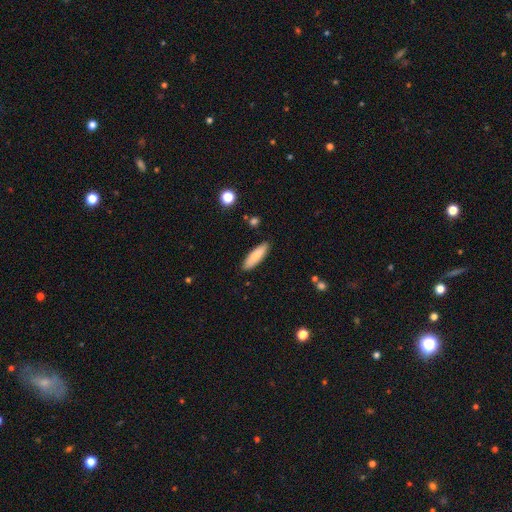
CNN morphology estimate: The model was most divided on "how rounded": cigar-shaped: 59%, in between: 40%, round: 2%. More confident: merging — none (88%); smooth or featured — smooth (82%).